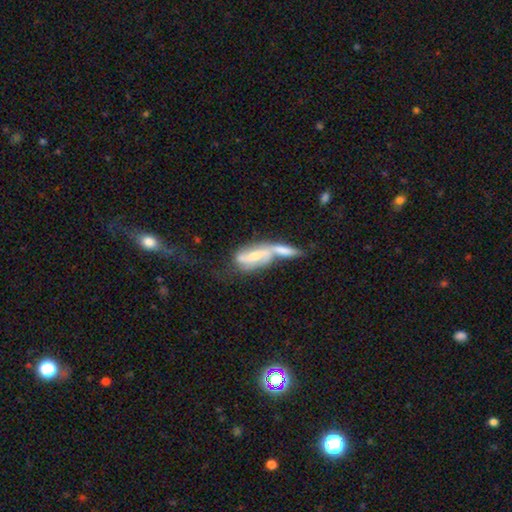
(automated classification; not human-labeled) This is likely a featured or disk galaxy (66%). It is clearly not viewed edge-on (82%). Bar: marginally weak (35%). Spiral arm pattern: likely yes (74%). Central bulge: possibly small (48%). Merging: possibly merger (60%).